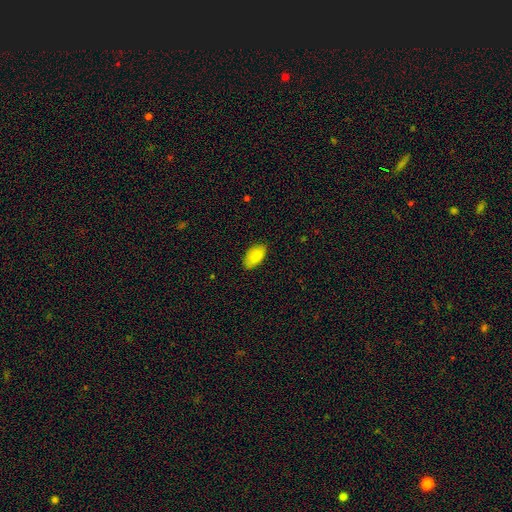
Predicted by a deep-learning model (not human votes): Q: Smooth or featured?
A: smooth (87%); runner-up: star or artifact (7%)
Q: How rounded?
A: in between (94%); runner-up: round (4%)
Q: Merging?
A: none (80%); runner-up: minor disturbance (16%)